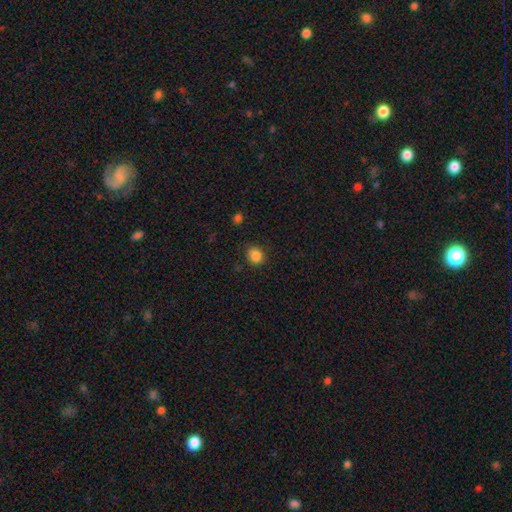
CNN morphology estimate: smooth_or_featured: smooth (p=0.85) [alt: star or artifact p=0.11]
how_rounded: round (p=0.76) [alt: in between p=0.23]
merging: none (p=0.83) [alt: minor disturbance p=0.13]